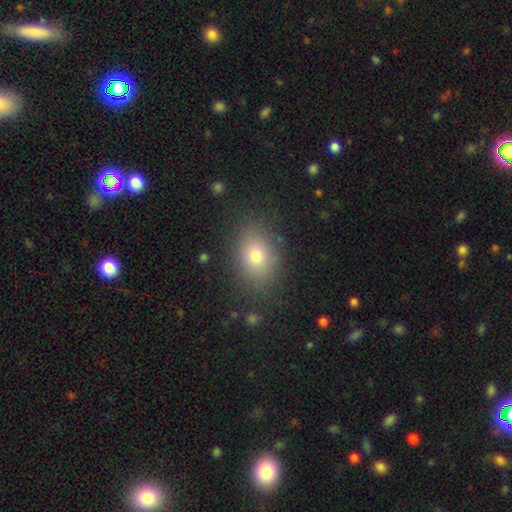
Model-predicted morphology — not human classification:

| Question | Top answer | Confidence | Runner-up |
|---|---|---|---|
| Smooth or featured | smooth | 75% | featured or disk (13%) |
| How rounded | in between | 71% | round (28%) |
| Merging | none | 85% | minor disturbance (10%) |